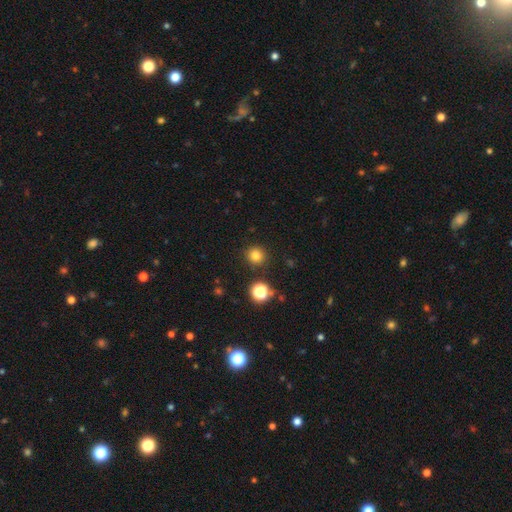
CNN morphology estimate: smooth_or_featured: smooth (p=0.80) [alt: star or artifact p=0.15]
how_rounded: round (p=0.93) [alt: in between p=0.06]
merging: none (p=0.89) [alt: minor disturbance p=0.06]